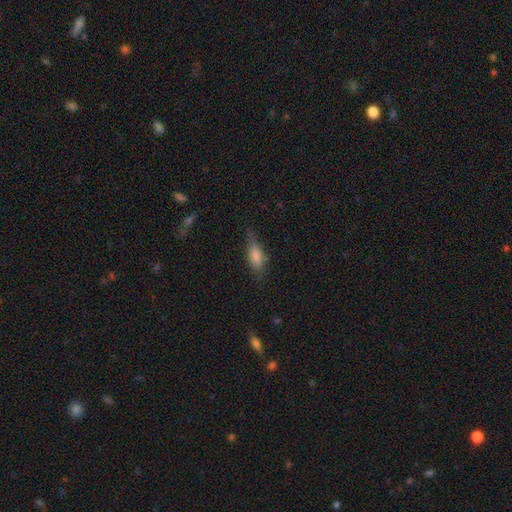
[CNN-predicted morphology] smooth 65%, featured or disk 24%, star or artifact 11%. Down the decision tree: how rounded — in between (56%); merging — none (57%).